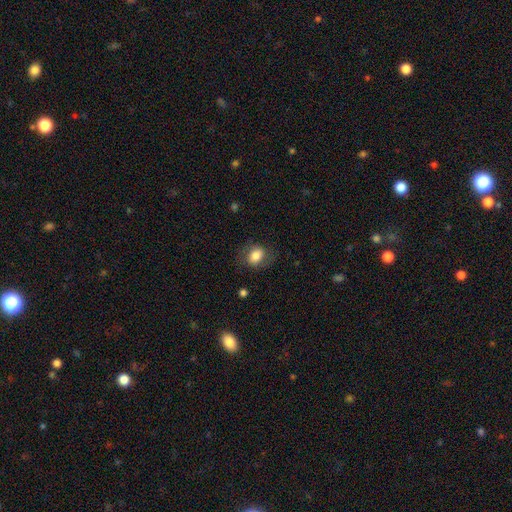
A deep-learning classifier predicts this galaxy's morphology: This appears to be a smooth galaxy with no disk features (77%) that is in between round and cigar-shaped (59%). Merging: none (74%).